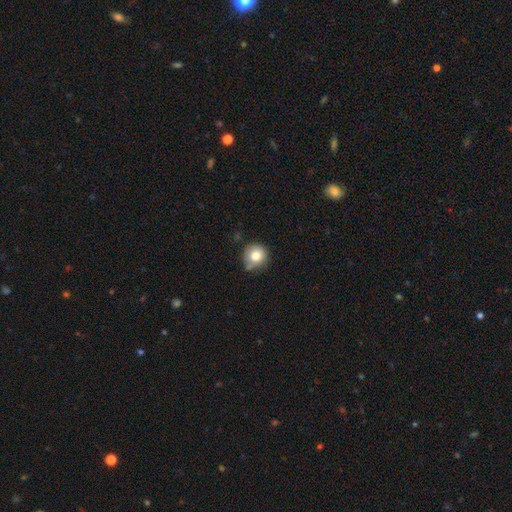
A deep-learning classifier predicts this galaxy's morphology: Smooth or featured? Predicted: smooth (p=0.80). How rounded? Predicted: round (p=0.92). Merging? Predicted: none (p=0.67).